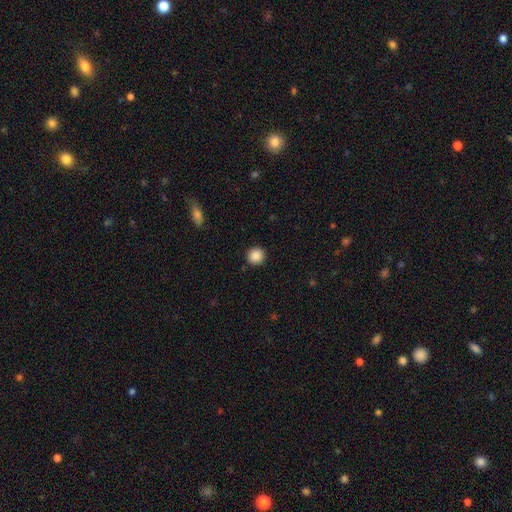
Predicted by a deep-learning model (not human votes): Morphology: type=smooth (88%); roundness=round (93%); merging=none (92%).